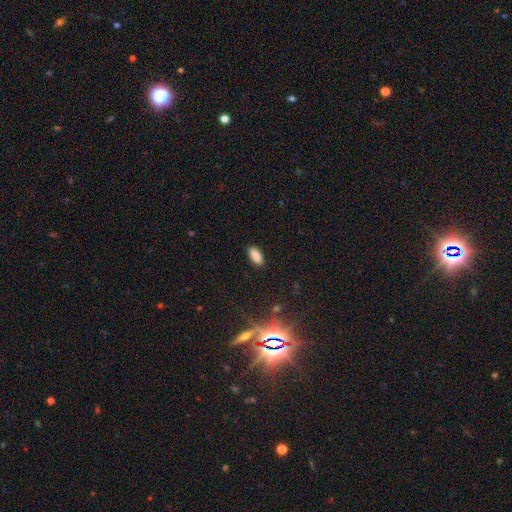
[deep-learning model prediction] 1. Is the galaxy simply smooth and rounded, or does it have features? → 86% smooth, 10% star or artifact, 4% featured or disk.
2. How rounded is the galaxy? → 86% in between, 12% cigar-shaped, 2% round.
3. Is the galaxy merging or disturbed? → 88% none, 9% minor disturbance, 2% major disturbance, 1% merger.